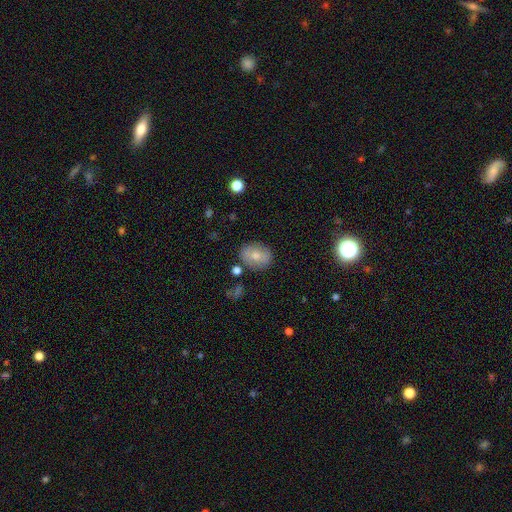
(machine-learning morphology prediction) This is likely a smooth galaxy (70%). How rounded: possibly in between (53%). Merging: likely none (79%).